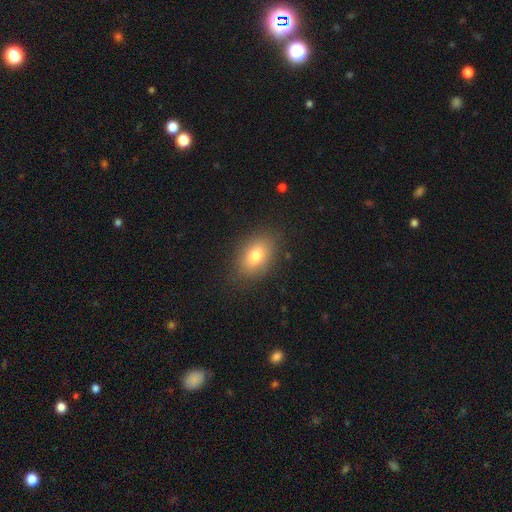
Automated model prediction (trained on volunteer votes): smooth-or-featured: smooth: 77% | featured or disk: 13% | star or artifact: 10%
  how-rounded: in between: 83% | round: 15% | cigar-shaped: 2%
  merging: none: 85% | minor disturbance: 10% | major disturbance: 3% | merger: 1%